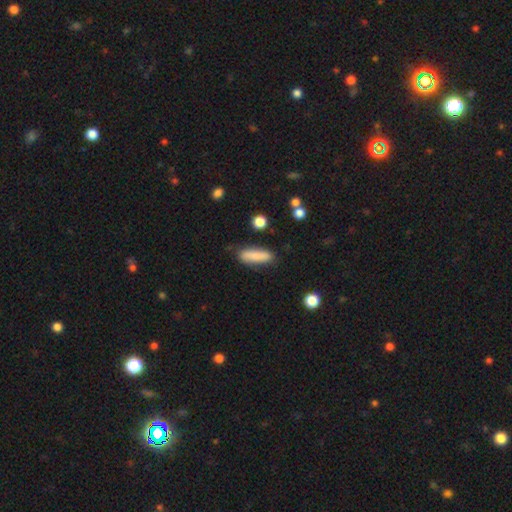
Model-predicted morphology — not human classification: Smooth or featured? smooth (81%)
How rounded? cigar-shaped (59%)
Merging? none (80%)